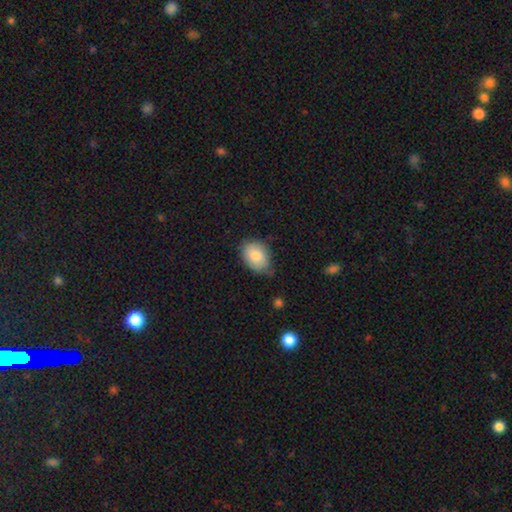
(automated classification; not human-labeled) This appears to be a smooth galaxy with no disk features (83%) that is in between round and cigar-shaped (78%). Merging: none (66%).